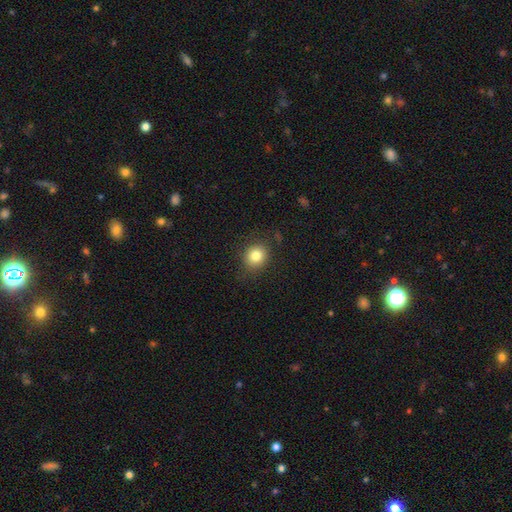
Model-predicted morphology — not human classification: The model was most divided on "how rounded": round: 75%, in between: 24%, cigar-shaped: 1%. More confident: merging — none (84%); smooth or featured — smooth (81%).